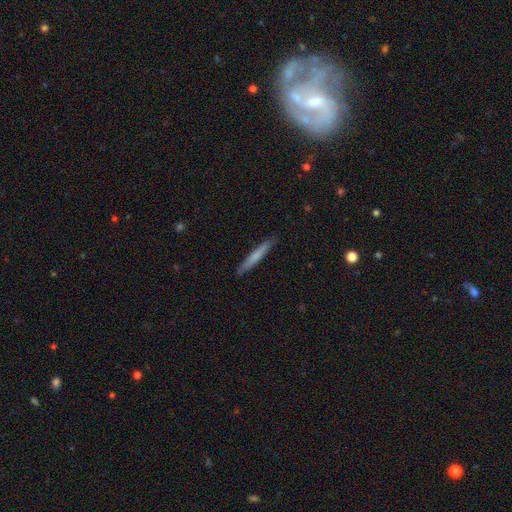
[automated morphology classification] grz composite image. It shows a smooth galaxy with no disk features (69%) that is cigar-shaped (96%). Merging: none (91%).